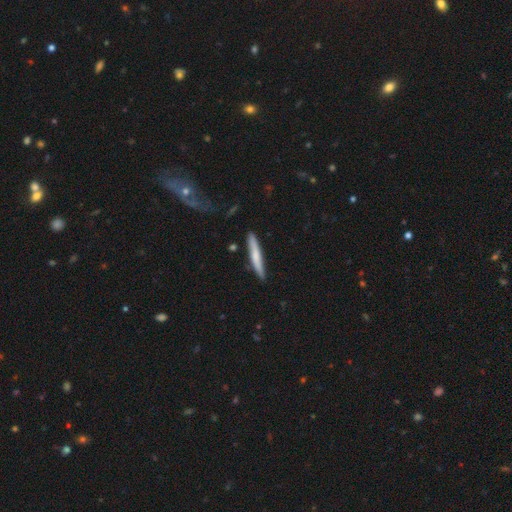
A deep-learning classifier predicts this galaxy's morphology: type=smooth (64%); roundness=cigar-shaped (95%); merging=none (85%).